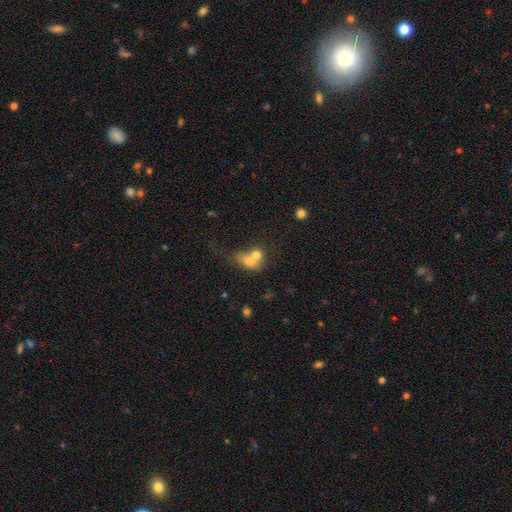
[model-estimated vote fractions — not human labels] Morphology: type=smooth (69%); roundness=in between (53%); merging=merger (66%).